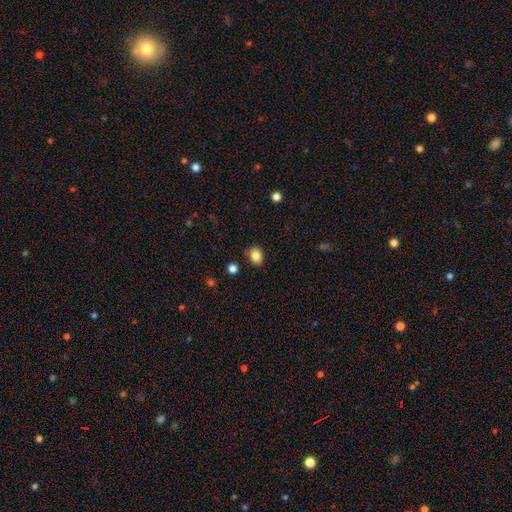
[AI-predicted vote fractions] A smooth galaxy with no disk features (86%) that is in between round and cigar-shaped (53%).

Vote fractions:
- Smooth or featured? smooth: 86% / star or artifact: 10% / featured or disk: 5%
- How rounded? in between: 53% / round: 46% / cigar-shaped: 1%
- Merging? none: 84% / minor disturbance: 11% / merger: 3% / major disturbance: 3%